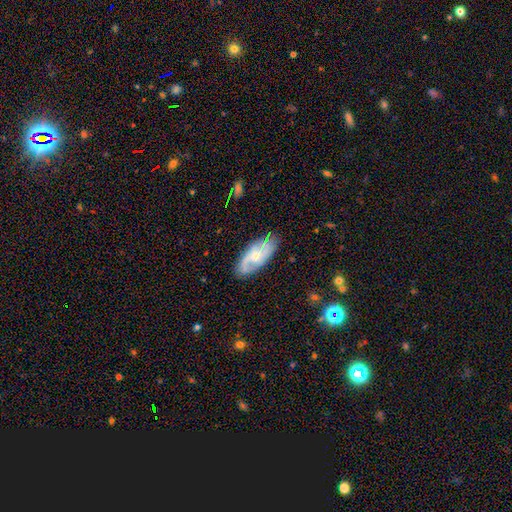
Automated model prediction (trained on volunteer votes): Smooth or featured? featured or disk (65%)
Edge-on disk? no (92%)
Bar? no (65%)
Spiral arms? yes (87%)
Spiral winding? medium (43%)
Spiral arm count? 2 (48%)
Bulge size? moderate (46%)
Merging? none (74%)